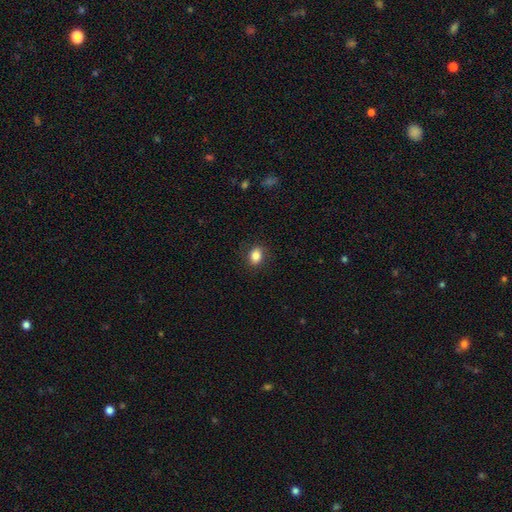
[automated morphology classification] smooth-or-featured: smooth: 85% | star or artifact: 9% | featured or disk: 6%
  how-rounded: in between: 67% | round: 32% | cigar-shaped: 1%
  merging: none: 86% | minor disturbance: 10% | major disturbance: 3% | merger: 1%